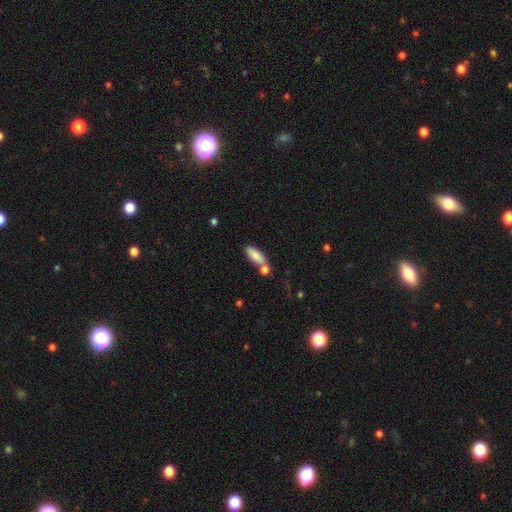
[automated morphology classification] Smooth or featured: smooth — 83% (featured or disk — 10%)
How rounded: in between — 75% (cigar-shaped — 22%)
Merging: none — 52% (merger — 30%)